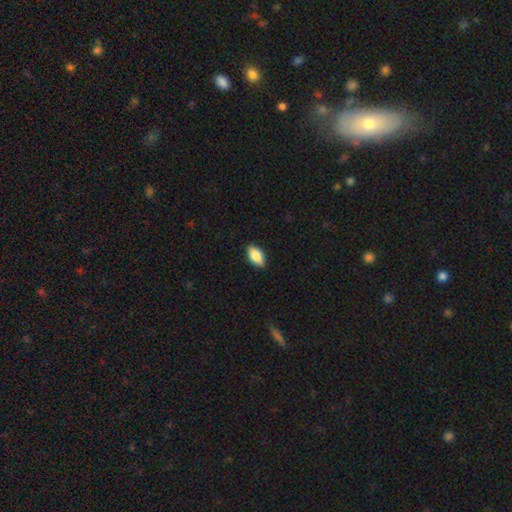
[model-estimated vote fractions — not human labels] smooth-or-featured: smooth: 84% | featured or disk: 9% | star or artifact: 7%
  how-rounded: in between: 91% | cigar-shaped: 5% | round: 4%
  merging: none: 85% | minor disturbance: 12% | major disturbance: 2% | merger: 1%